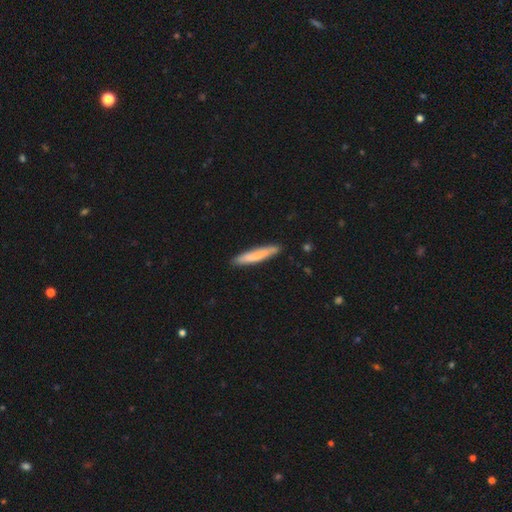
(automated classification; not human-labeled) Smooth or featured? smooth (72%)
How rounded? cigar-shaped (91%)
Merging? none (86%)